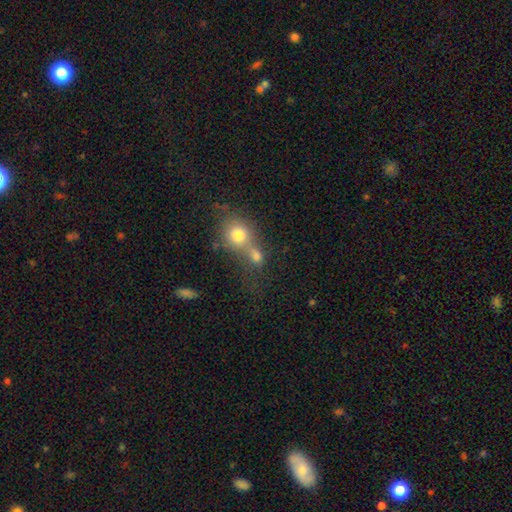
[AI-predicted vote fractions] A smooth galaxy with no disk features (74%) that is round (67%).

Vote fractions:
- Smooth or featured? smooth: 74% / star or artifact: 14% / featured or disk: 12%
- How rounded? round: 67% / in between: 30% / cigar-shaped: 3%
- Merging? merger: 60% / none: 28% / minor disturbance: 7% / major disturbance: 6%